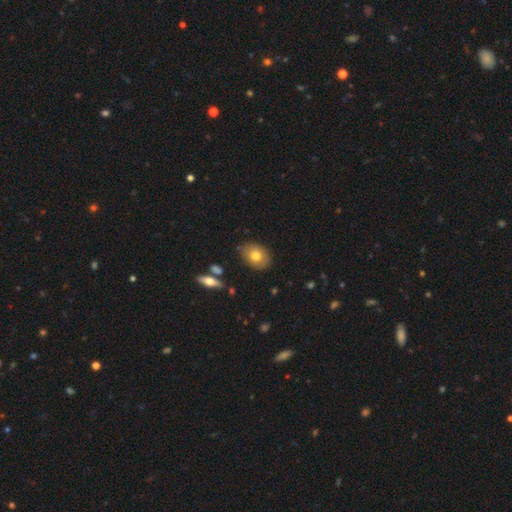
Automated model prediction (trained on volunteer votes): smooth 73%, featured or disk 19%, star or artifact 8%. Down the decision tree: how rounded — in between (69%); merging — none (81%).